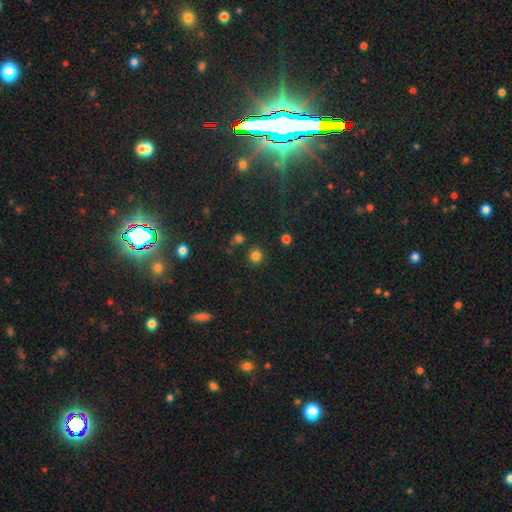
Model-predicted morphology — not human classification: This appears to be a smooth galaxy with no disk features (80%) that is round (92%). Merging: none (85%).